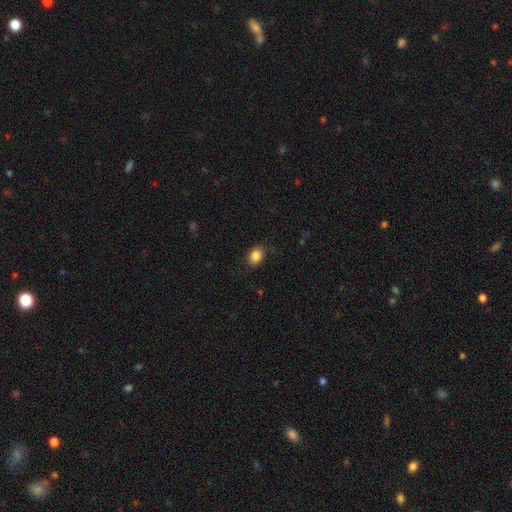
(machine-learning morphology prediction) This is clearly a smooth galaxy (86%). How rounded: likely in between (66%). Merging: clearly none (82%).